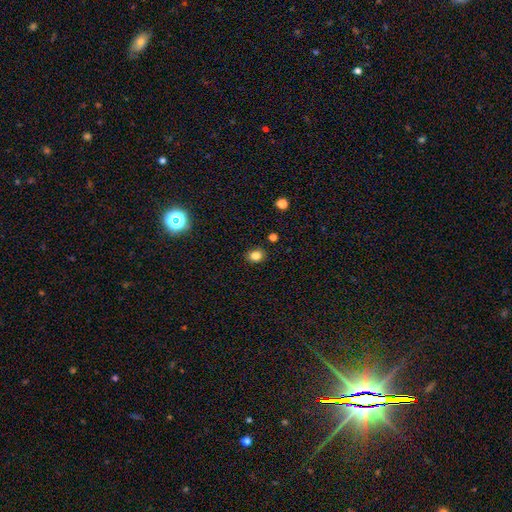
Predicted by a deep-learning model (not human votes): The model was most divided on "how rounded": round: 65%, in between: 35%, cigar-shaped: 1%. More confident: merging — none (88%); smooth or featured — smooth (81%).